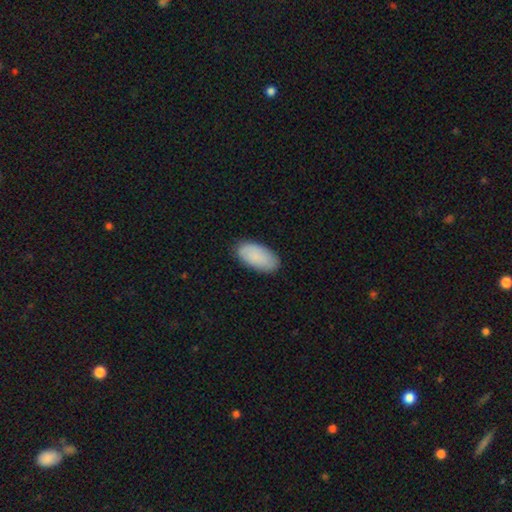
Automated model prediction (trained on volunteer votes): Overall: smooth (87%). How rounded: in between (95%). Merging: none (86%).